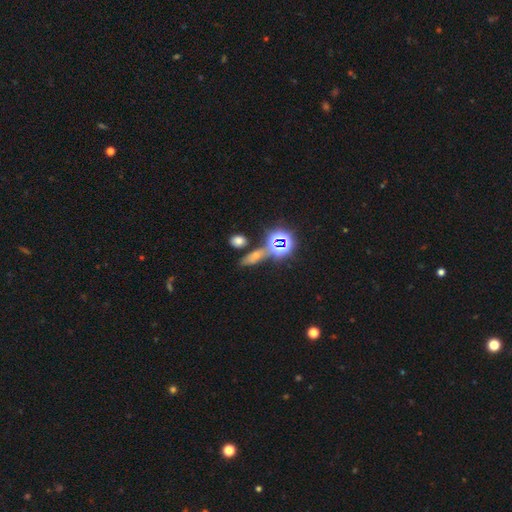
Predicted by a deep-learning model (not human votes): Q: Smooth or featured?
A: smooth (48%); runner-up: star or artifact (37%)
Q: Merging?
A: none (66%); runner-up: minor disturbance (14%)